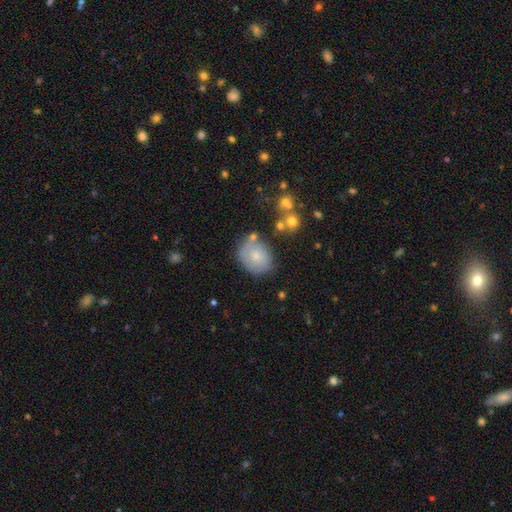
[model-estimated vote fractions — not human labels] A smooth galaxy with no disk features (62%) that is round (61%).

Vote fractions:
- Smooth or featured? smooth: 62% / featured or disk: 30% / star or artifact: 9%
- How rounded? round: 61% / in between: 38% / cigar-shaped: 1%
- Merging? none: 62% / minor disturbance: 24% / major disturbance: 7% / merger: 7%